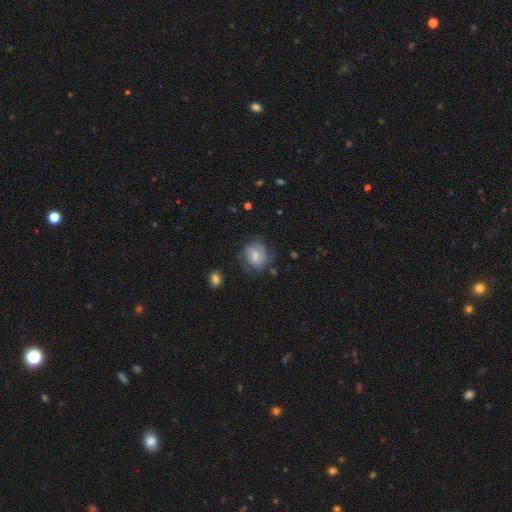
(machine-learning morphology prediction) smooth-or-featured: featured or disk: 54% | smooth: 38% | star or artifact: 8%
  disk-edge-on: no: 97% | yes: 3%
    bar: weak: 54% | no: 24% | strong: 21%
    has-spiral-arms: yes: 79% | no: 21%
    bulge-size: moderate: 43% | small: 38% | none: 11% | large: 7% | dominant: 1%
  merging: none: 65% | minor disturbance: 22% | major disturbance: 11% | merger: 2%